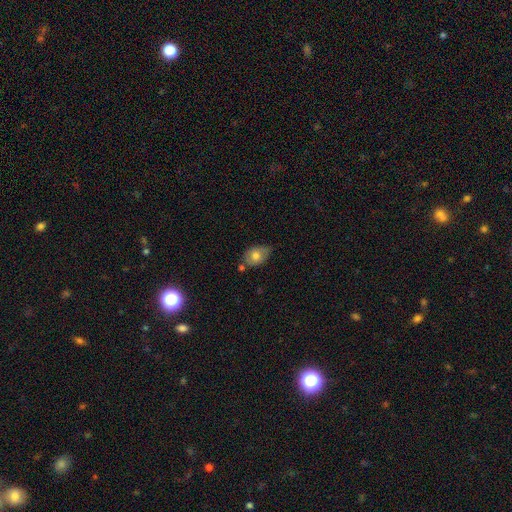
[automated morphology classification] Q: Smooth or featured?
A: smooth (73%); runner-up: featured or disk (20%)
Q: How rounded?
A: in between (79%); runner-up: round (20%)
Q: Merging?
A: none (54%); runner-up: minor disturbance (31%)